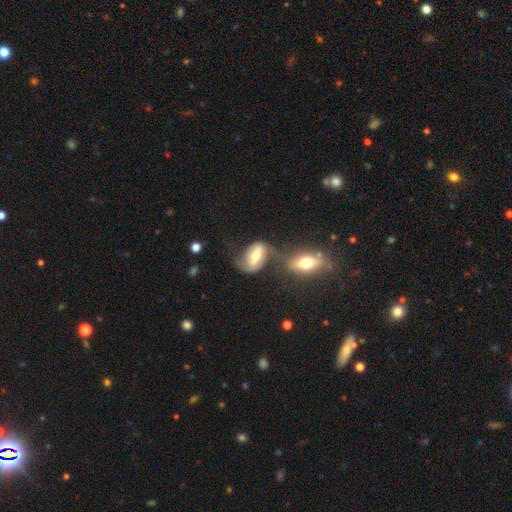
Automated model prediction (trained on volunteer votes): Smooth or featured? featured or disk (63%)
Edge-on disk? no (92%)
Bar? strong (46%)
Spiral arms? yes (77%)
Bulge size? moderate (67%)
Merging? none (36%, tied with merger)